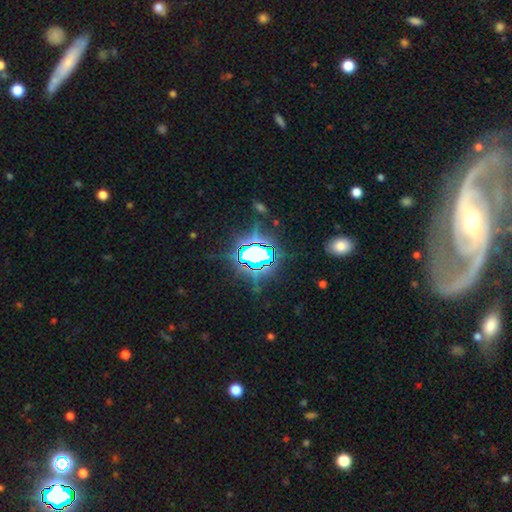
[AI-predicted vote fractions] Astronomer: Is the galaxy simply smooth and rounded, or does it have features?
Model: star or artifact — 77%.